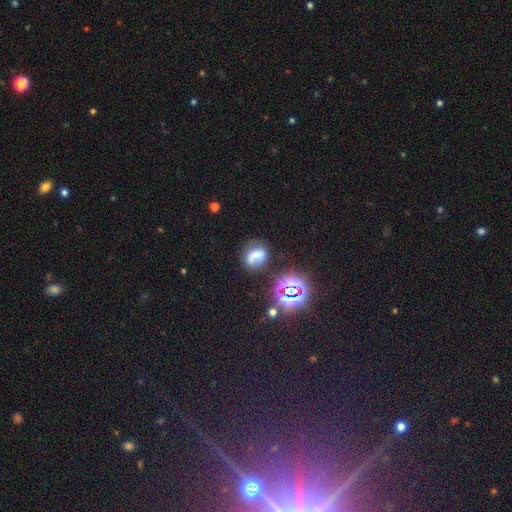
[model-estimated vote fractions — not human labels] A smooth galaxy with no disk features (51%) that is in between round and cigar-shaped (50%).

Vote fractions:
- Smooth or featured? smooth: 51% / featured or disk: 28% / star or artifact: 22%
- How rounded? in between: 50% / round: 48% / cigar-shaped: 2%
- Merging? none: 49% / minor disturbance: 24% / major disturbance: 16% / merger: 11%